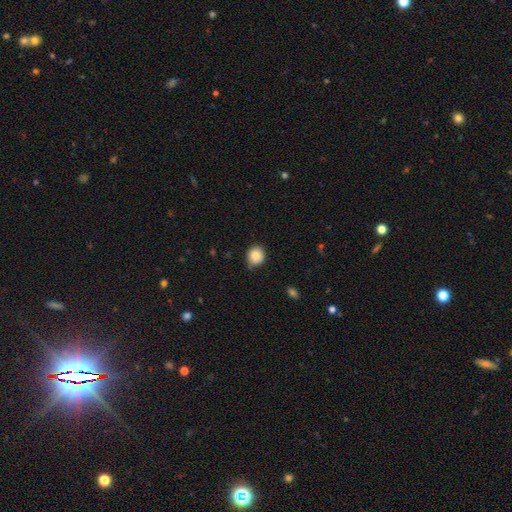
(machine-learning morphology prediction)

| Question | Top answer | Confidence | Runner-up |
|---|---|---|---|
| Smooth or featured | smooth | 86% | star or artifact (9%) |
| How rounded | round | 84% | in between (15%) |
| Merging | none | 74% | minor disturbance (21%) |